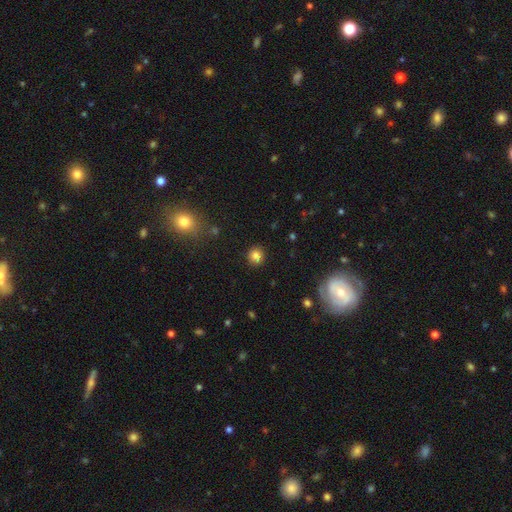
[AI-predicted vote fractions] Smooth or featured? Predicted: smooth (p=0.82). How rounded? Predicted: round (p=0.88). Merging? Predicted: none (p=0.88).